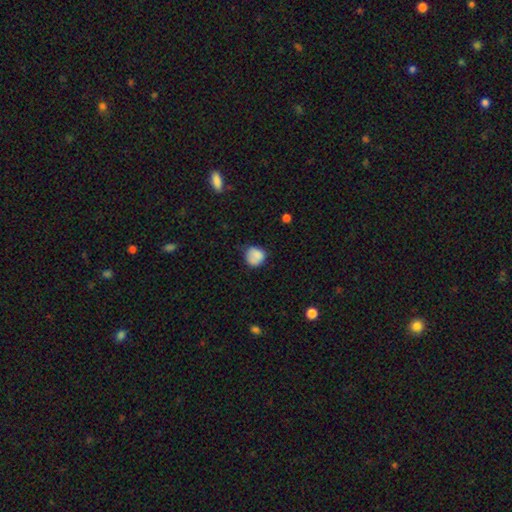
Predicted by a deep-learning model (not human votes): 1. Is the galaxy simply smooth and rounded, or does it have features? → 84% smooth, 9% star or artifact, 7% featured or disk.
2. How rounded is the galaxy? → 81% round, 18% in between, 1% cigar-shaped.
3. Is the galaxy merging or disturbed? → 63% none, 28% minor disturbance, 6% major disturbance, 3% merger.